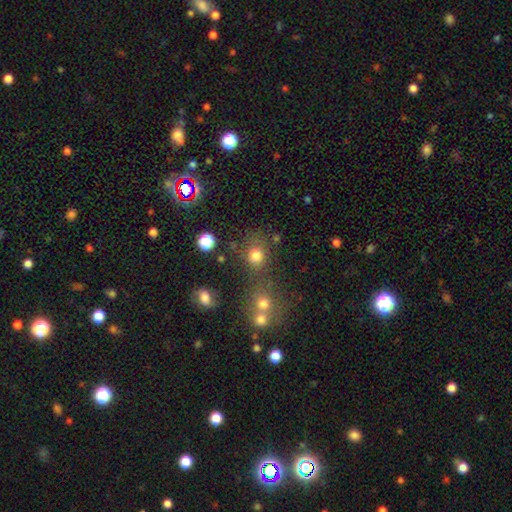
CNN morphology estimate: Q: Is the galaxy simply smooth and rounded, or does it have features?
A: smooth — 76%.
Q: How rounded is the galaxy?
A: round — 79%.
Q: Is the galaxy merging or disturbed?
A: none — 63%.